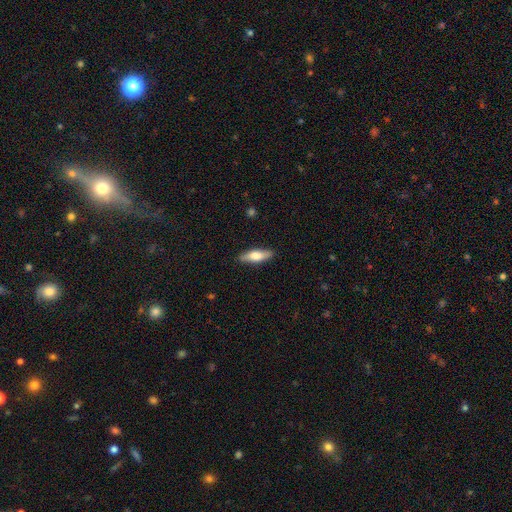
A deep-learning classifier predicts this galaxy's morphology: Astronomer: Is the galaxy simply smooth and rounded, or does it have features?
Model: smooth — 67%.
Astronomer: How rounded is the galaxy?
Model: cigar-shaped — 51% (runner-up: in between, 47%).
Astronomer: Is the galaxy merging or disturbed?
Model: none — 87%.